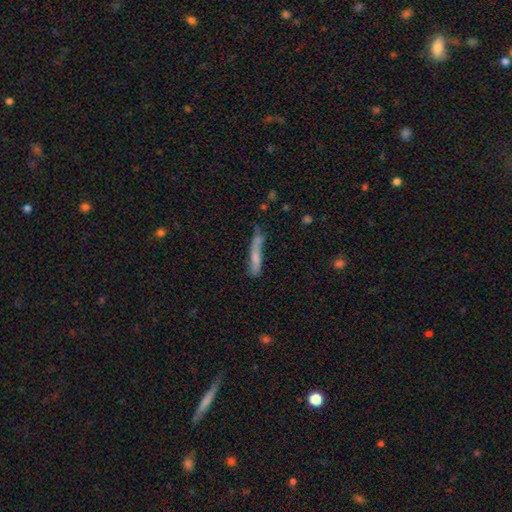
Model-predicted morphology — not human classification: A smooth galaxy with no disk features (58%) that is cigar-shaped (90%). Merging: none (52%).